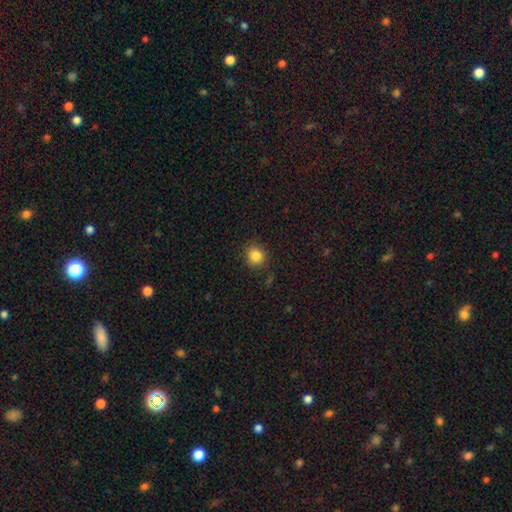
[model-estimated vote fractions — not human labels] Smooth or featured? smooth (85%)
How rounded? round (77%)
Merging? none (87%)